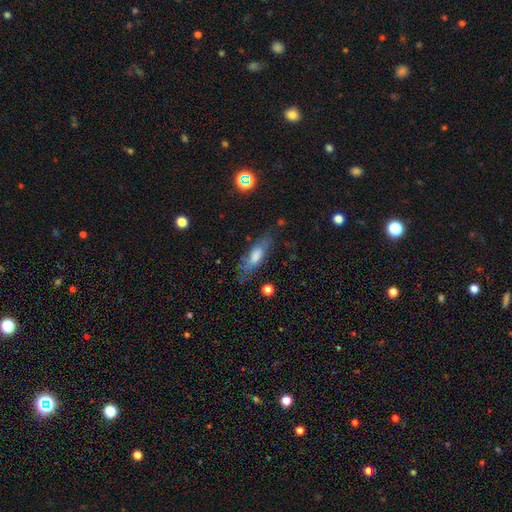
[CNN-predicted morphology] This is possibly a smooth galaxy (51%). How rounded: possibly cigar-shaped (51%). Merging: likely none (70%).